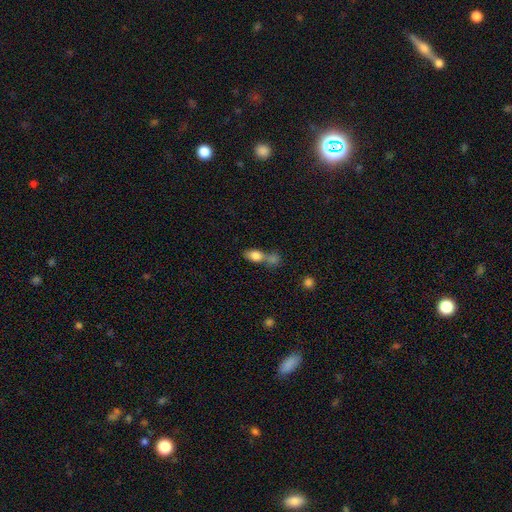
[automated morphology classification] Smooth or featured? Predicted: smooth (p=0.79). How rounded? Predicted: in between (p=0.78). Merging? Predicted: merger (p=0.54).